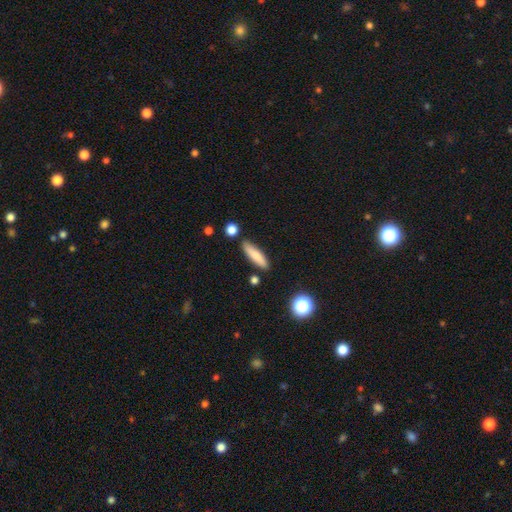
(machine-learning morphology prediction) smooth 79%, featured or disk 13%, star or artifact 7%. Down the decision tree: how rounded — cigar-shaped (69%); merging — none (83%).